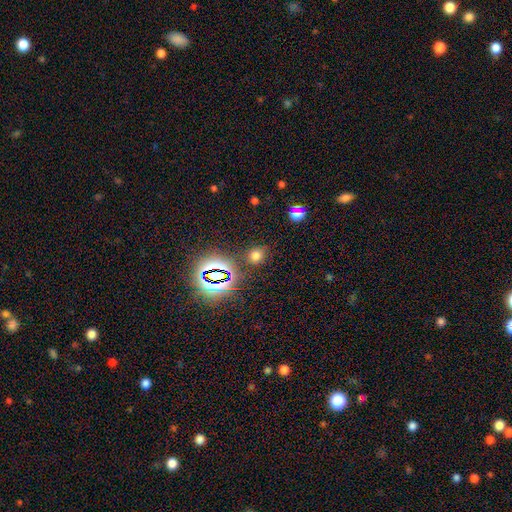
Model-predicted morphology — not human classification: A smooth galaxy with no disk features (64%) that is round (72%).

Vote fractions:
- Smooth or featured? smooth: 64% / star or artifact: 31% / featured or disk: 6%
- How rounded? round: 72% / in between: 26% / cigar-shaped: 1%
- Merging? none: 82% / minor disturbance: 10% / merger: 4% / major disturbance: 4%